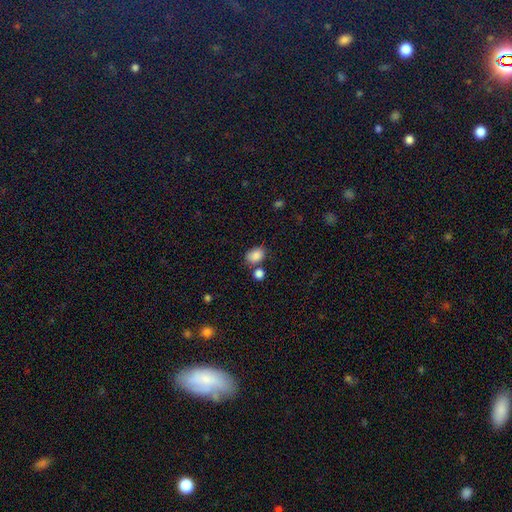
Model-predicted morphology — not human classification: smooth 86%, star or artifact 9%, featured or disk 5%. Down the decision tree: how rounded — in between (75%); merging — none (62%).